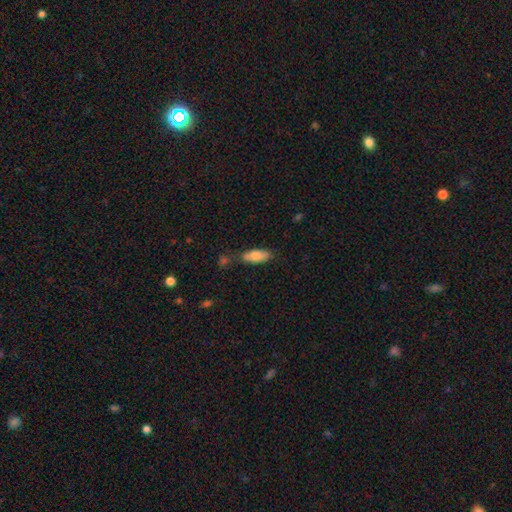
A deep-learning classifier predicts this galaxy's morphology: This is clearly a smooth galaxy (81%). How rounded: likely in between (76%). Merging: likely none (61%).